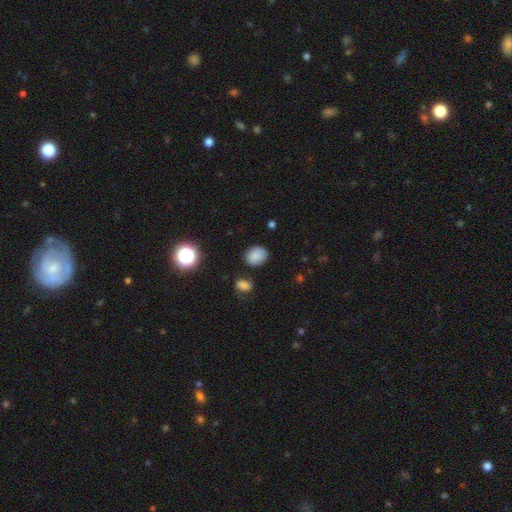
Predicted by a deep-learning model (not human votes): Smooth or featured? smooth (82%)
How rounded? round (51%)
Merging? none (78%)